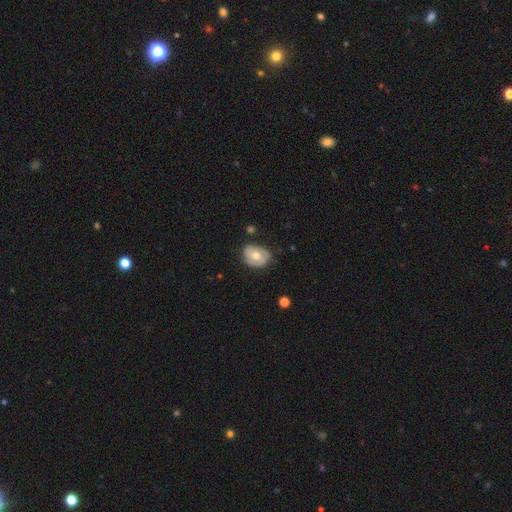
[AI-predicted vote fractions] Q: Smooth or featured?
A: smooth (49%); runner-up: featured or disk (45%)
Q: Merging?
A: none (65%); runner-up: minor disturbance (26%)